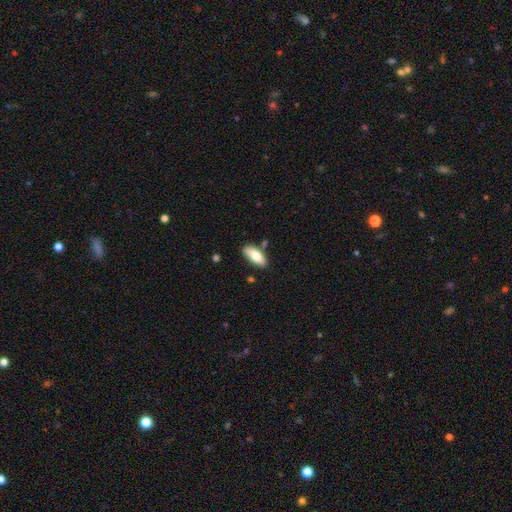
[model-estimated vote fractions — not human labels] Smooth or featured: smooth — 78% (featured or disk — 16%)
How rounded: in between — 83% (cigar-shaped — 15%)
Merging: none — 78% (minor disturbance — 14%)